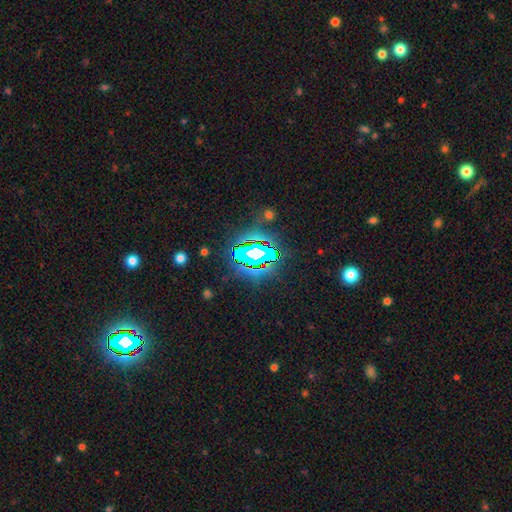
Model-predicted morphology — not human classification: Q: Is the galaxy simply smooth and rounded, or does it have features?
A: star or artifact — 71%.